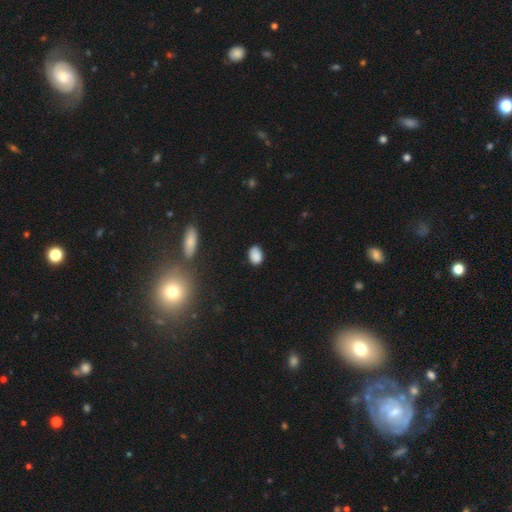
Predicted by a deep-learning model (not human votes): This is clearly a smooth galaxy (86%). How rounded: likely in between (76%). Merging: likely none (79%).